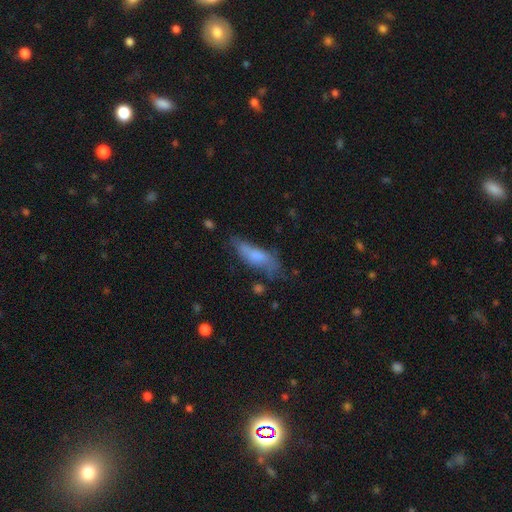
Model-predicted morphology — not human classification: Q: Smooth or featured?
A: smooth (65%); runner-up: featured or disk (26%)
Q: How rounded?
A: in between (50%); runner-up: cigar-shaped (48%)
Q: Merging?
A: none (45%); runner-up: minor disturbance (31%)